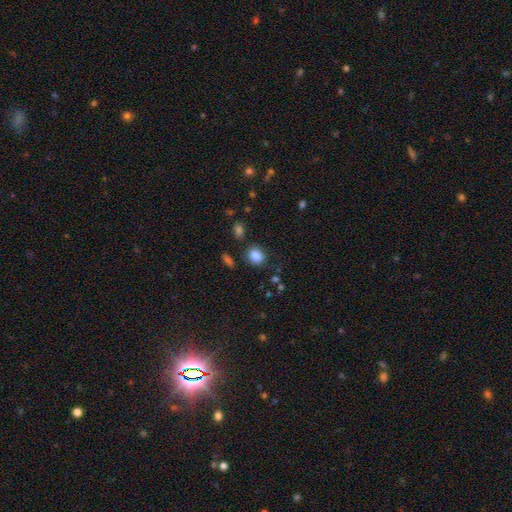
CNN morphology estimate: Smooth or featured? Predicted: smooth (p=0.84). How rounded? Predicted: round (p=0.56). Merging? Predicted: none (p=0.77).